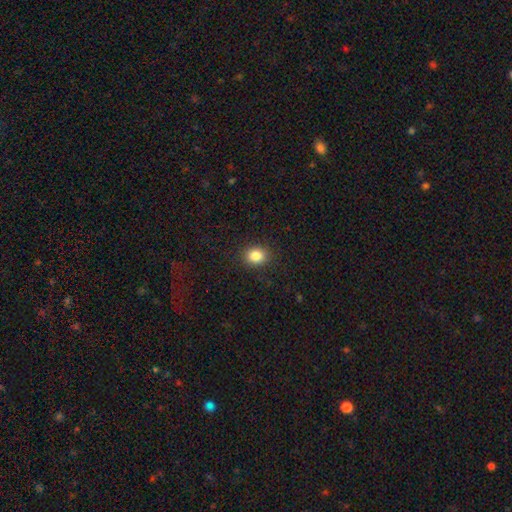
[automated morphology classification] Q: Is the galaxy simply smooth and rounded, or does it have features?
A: smooth — 85%.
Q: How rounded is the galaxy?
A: round — 59%.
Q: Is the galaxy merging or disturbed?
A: none — 89%.